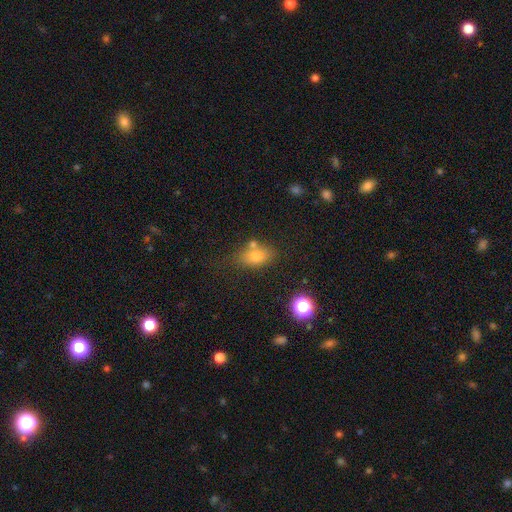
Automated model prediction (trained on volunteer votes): A smooth galaxy with no disk features (74%) that is in between round and cigar-shaped (78%). Merging: none (61%).